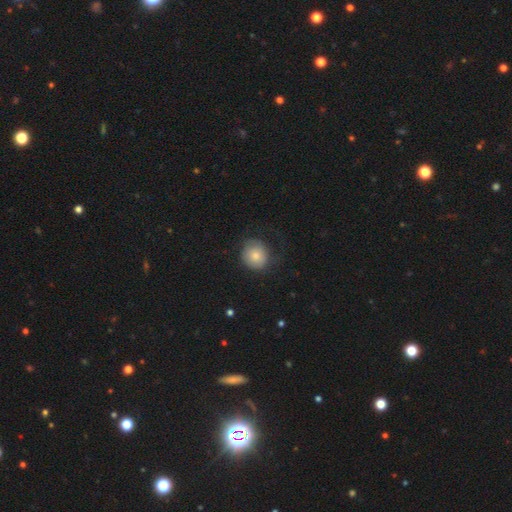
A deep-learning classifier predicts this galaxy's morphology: Smooth or featured? smooth (76%)
How rounded? round (84%)
Merging? none (64%)